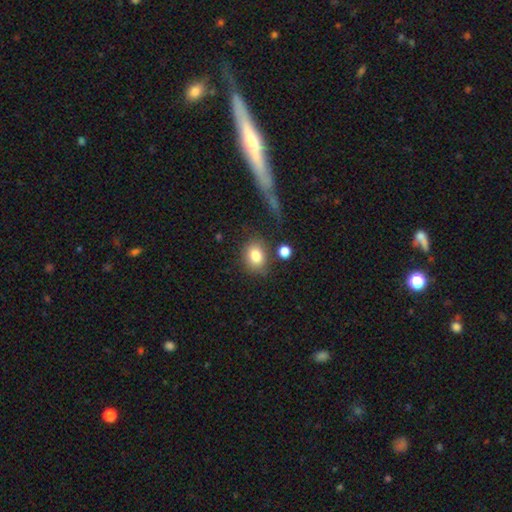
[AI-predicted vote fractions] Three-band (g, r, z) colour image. It shows a smooth galaxy with no disk features (82%) that is in between round and cigar-shaped (57%). Merging: none (73%).